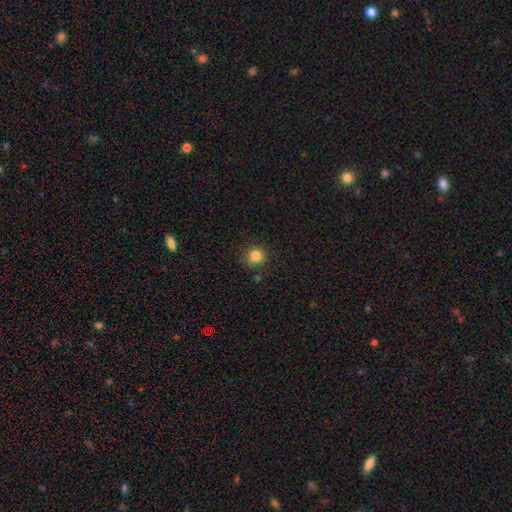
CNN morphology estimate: A smooth galaxy with no disk features (83%) that is round (90%).

Vote fractions:
- Smooth or featured? smooth: 83% / star or artifact: 12% / featured or disk: 5%
- How rounded? round: 90% / in between: 10% / cigar-shaped: 1%
- Merging? none: 83% / minor disturbance: 12% / major disturbance: 3% / merger: 2%